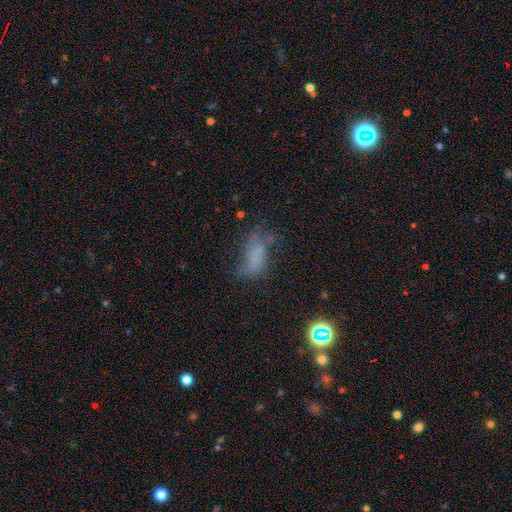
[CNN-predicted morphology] smooth 49%, featured or disk 30%, star or artifact 21%. Down the decision tree: merging — none (37%).